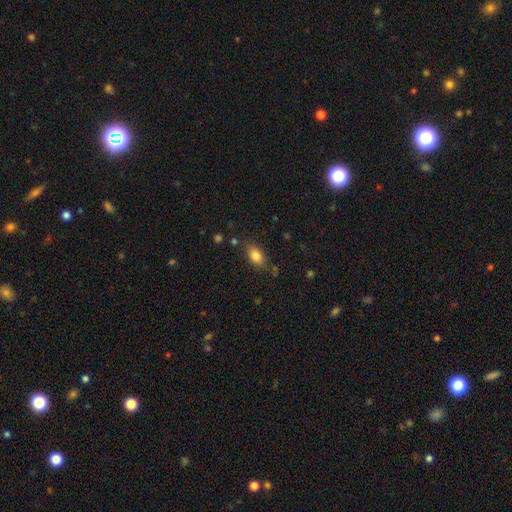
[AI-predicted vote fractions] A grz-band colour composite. It shows a smooth galaxy with no disk features (83%) that is in between round and cigar-shaped (84%). Merging: none (77%).